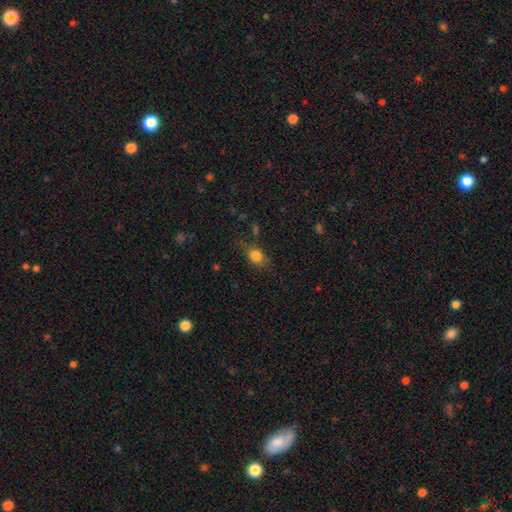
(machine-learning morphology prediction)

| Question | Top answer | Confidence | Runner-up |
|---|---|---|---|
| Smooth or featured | smooth | 79% | star or artifact (11%) |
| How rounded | in between | 62% | round (34%) |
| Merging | none | 68% | minor disturbance (21%) |